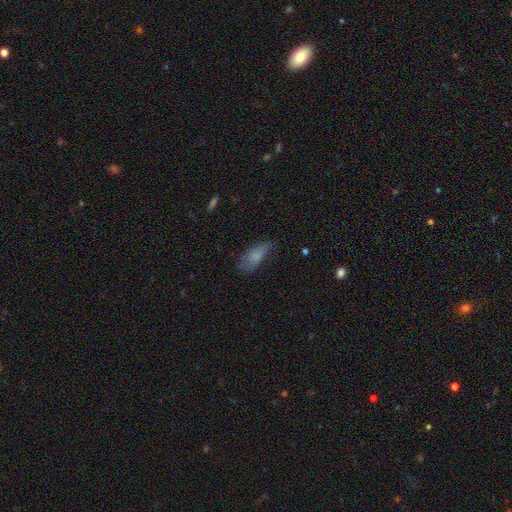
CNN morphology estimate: type=smooth (69%); roundness=in between (81%); merging=none (46%).